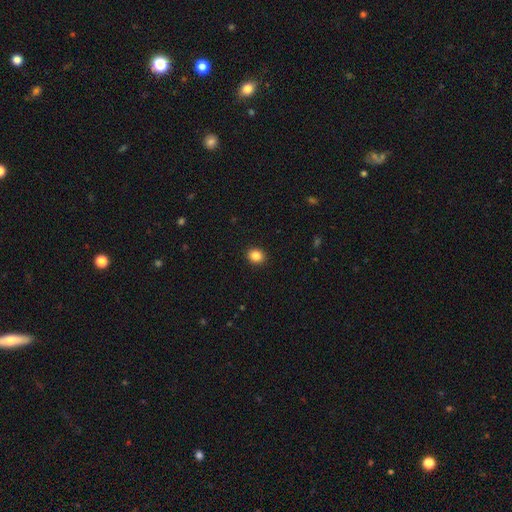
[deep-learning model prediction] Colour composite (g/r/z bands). It shows a smooth galaxy with no disk features (85%) that is round (74%). Merging: none (92%).